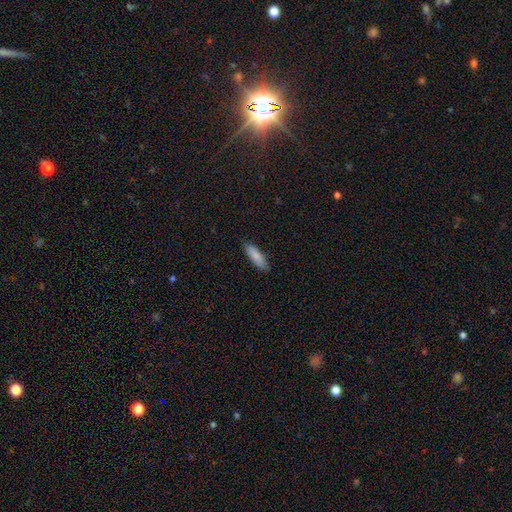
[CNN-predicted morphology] smooth_or_featured: smooth (p=0.86) [alt: featured or disk p=0.09]
how_rounded: cigar-shaped (p=0.51) [alt: in between p=0.48]
merging: none (p=0.87) [alt: minor disturbance p=0.10]